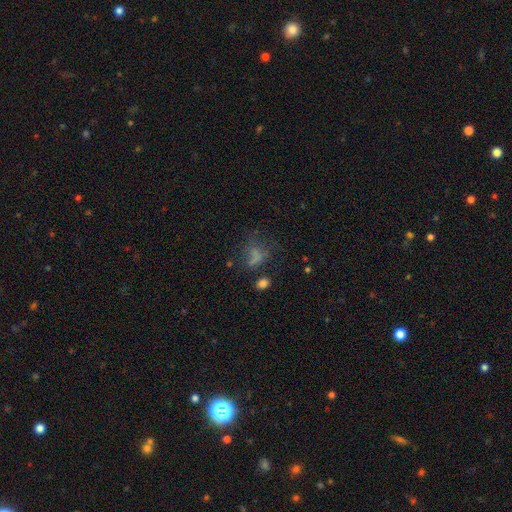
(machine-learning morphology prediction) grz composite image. It shows a smooth galaxy with no disk features (56%) that is in between round and cigar-shaped (60%). Merging: none (40%).